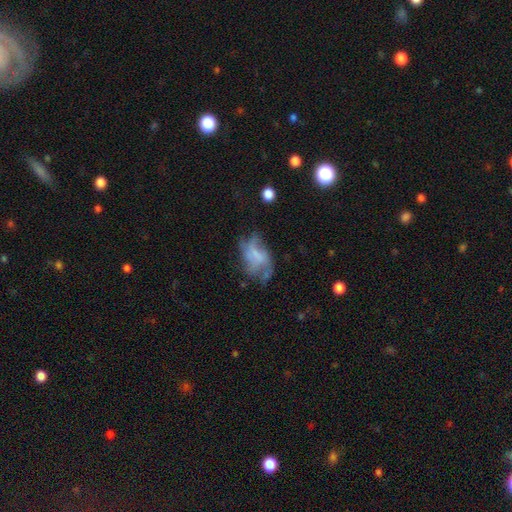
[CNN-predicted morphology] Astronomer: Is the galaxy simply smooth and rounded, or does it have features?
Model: featured or disk — 52% (runner-up: smooth, 35%).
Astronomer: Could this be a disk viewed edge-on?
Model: no — 96%.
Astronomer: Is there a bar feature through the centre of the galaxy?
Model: no — 63%.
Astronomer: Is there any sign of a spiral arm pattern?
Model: no — 53% (runner-up: yes, 47%).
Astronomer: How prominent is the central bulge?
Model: none — 62%.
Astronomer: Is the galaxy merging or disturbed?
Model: none — 37% (runner-up: major disturbance, 34%).